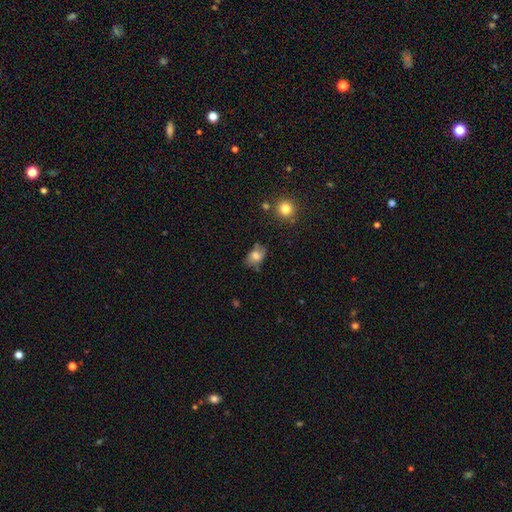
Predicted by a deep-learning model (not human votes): Smooth or featured? smooth (76%)
How rounded? in between (80%)
Merging? none (66%)